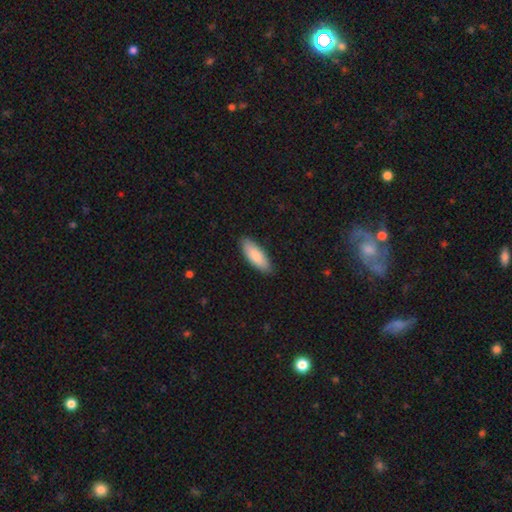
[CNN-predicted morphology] A smooth galaxy with no disk features (83%) that is in between round and cigar-shaped (73%). Merging: none (87%).